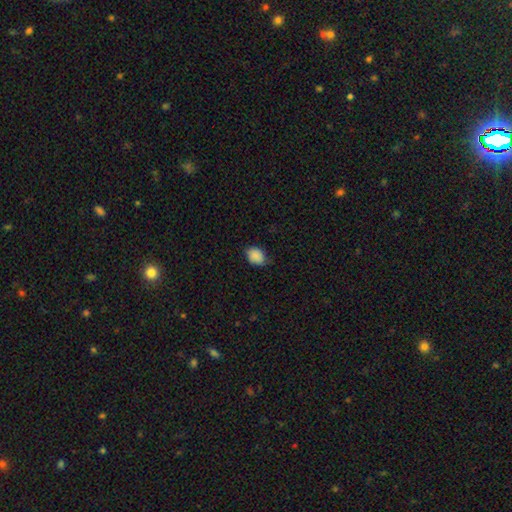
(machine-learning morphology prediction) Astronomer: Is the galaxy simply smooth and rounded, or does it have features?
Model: smooth — 87%.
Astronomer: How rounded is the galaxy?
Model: in between — 62% (runner-up: round, 37%).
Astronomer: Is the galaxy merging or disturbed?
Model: none — 70%.